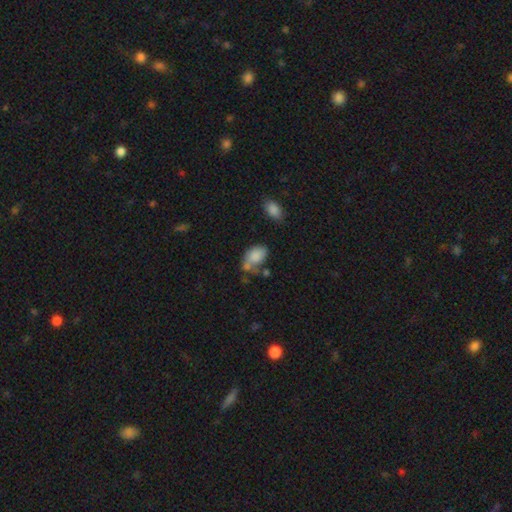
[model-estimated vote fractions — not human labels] Overall: smooth (80%). How rounded: in between (86%). Merging: none (38%; minor disturbance 25%).